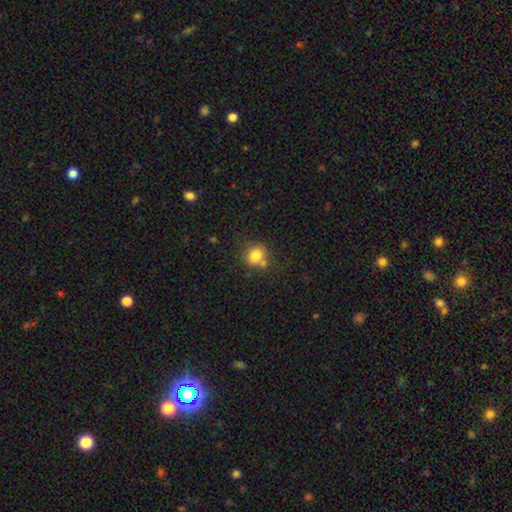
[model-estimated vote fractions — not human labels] smooth-or-featured: smooth: 80% | star or artifact: 12% | featured or disk: 8%
  how-rounded: round: 77% | in between: 22% | cigar-shaped: 1%
  merging: none: 63% | merger: 20% | minor disturbance: 13% | major disturbance: 4%